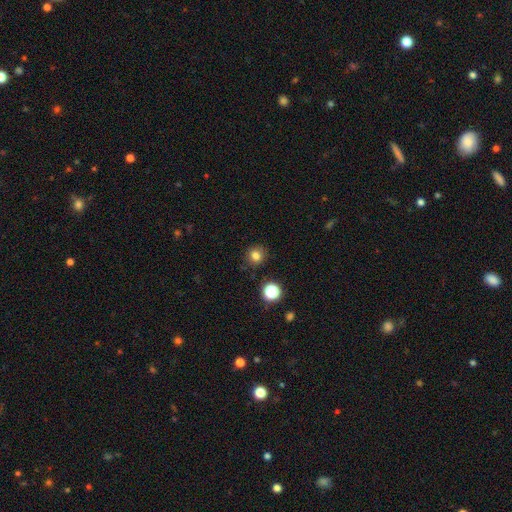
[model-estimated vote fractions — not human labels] Morphology: type=smooth (80%); roundness=round (91%); merging=none (88%).